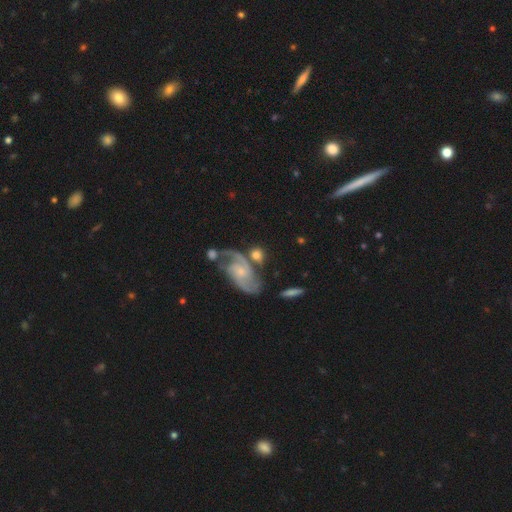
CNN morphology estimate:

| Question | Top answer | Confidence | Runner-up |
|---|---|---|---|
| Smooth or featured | featured or disk | 81% | smooth (11%) |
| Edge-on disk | no | 95% | yes (5%) |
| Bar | no | 60% | weak (32%) |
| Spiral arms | yes | 96% | no (4%) |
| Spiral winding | medium | 49% | loose (30%) |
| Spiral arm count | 2 | 85% | can't tell (5%) |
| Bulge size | small | 69% | moderate (21%) |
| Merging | none | 56% | merger (18%) |